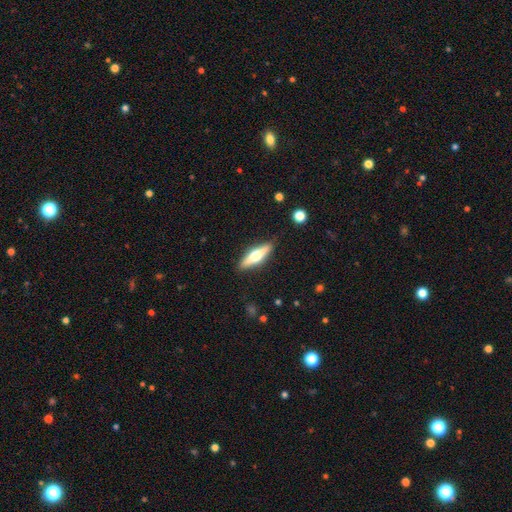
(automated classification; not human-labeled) Q: Smooth or featured?
A: featured or disk (56%); runner-up: smooth (38%)
Q: Edge-on disk?
A: yes (93%); runner-up: no (7%)
Q: Edge-on bulge?
A: rounded (95%); runner-up: boxy (3%)
Q: Merging?
A: none (89%); runner-up: minor disturbance (8%)